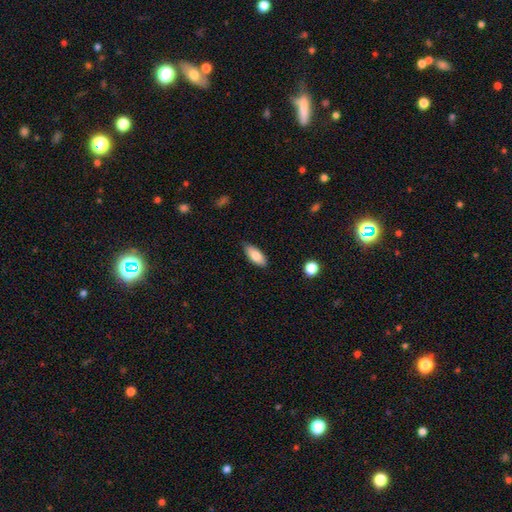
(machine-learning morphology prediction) Smooth or featured? Predicted: smooth (p=0.82). How rounded? Predicted: in between (p=0.83). Merging? Predicted: none (p=0.82).